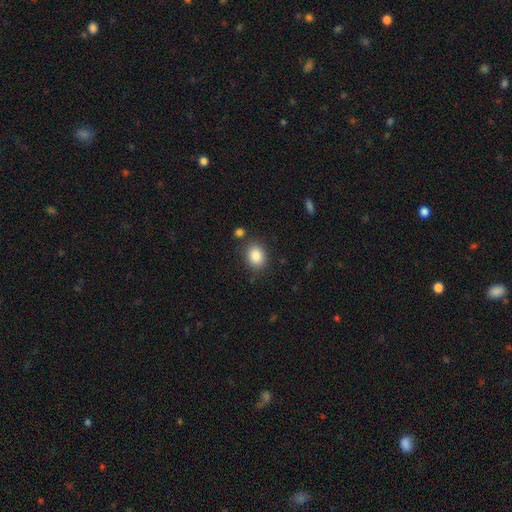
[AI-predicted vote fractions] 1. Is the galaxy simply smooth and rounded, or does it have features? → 86% smooth, 9% star or artifact, 5% featured or disk.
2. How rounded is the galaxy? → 60% in between, 39% round, 1% cigar-shaped.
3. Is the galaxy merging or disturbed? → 82% none, 11% minor disturbance, 4% merger, 3% major disturbance.